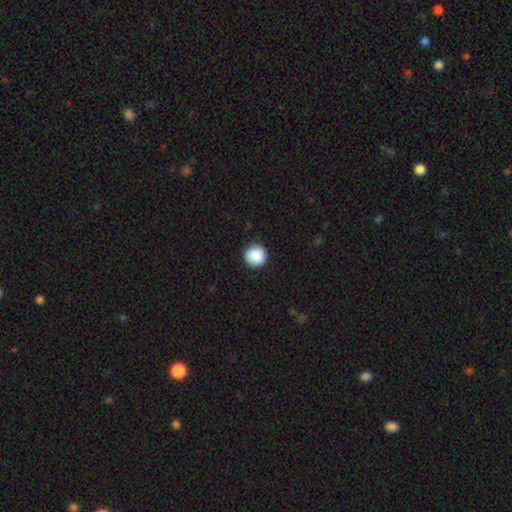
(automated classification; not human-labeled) A smooth galaxy with no disk features (89%) that is round (96%).

Vote fractions:
- Smooth or featured? smooth: 89% / star or artifact: 8% / featured or disk: 3%
- How rounded? round: 96% / in between: 4% / cigar-shaped: 1%
- Merging? none: 92% / minor disturbance: 5% / major disturbance: 2% / merger: 1%